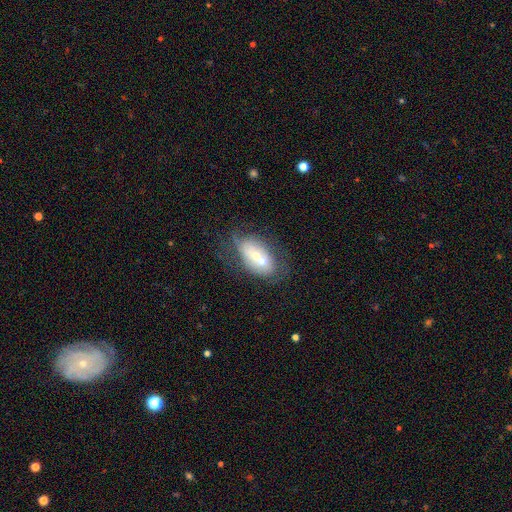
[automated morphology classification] smooth-or-featured: featured or disk: 46% | smooth: 45% | star or artifact: 8%
  merging: none: 36% (tied) | merger: 36% (tied) | minor disturbance: 17% | major disturbance: 11%